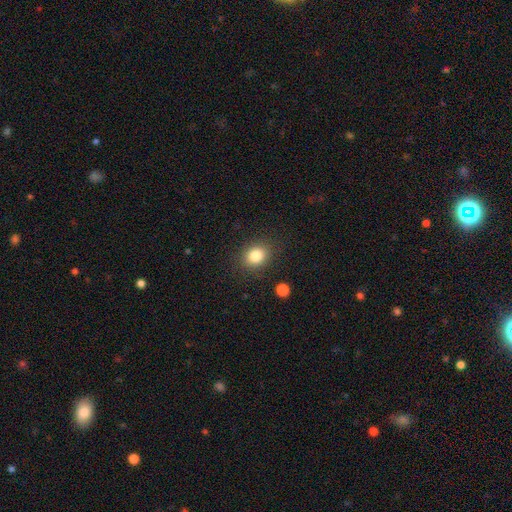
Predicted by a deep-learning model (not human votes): Morphology: type=smooth (82%); roundness=round (64%); merging=none (86%).